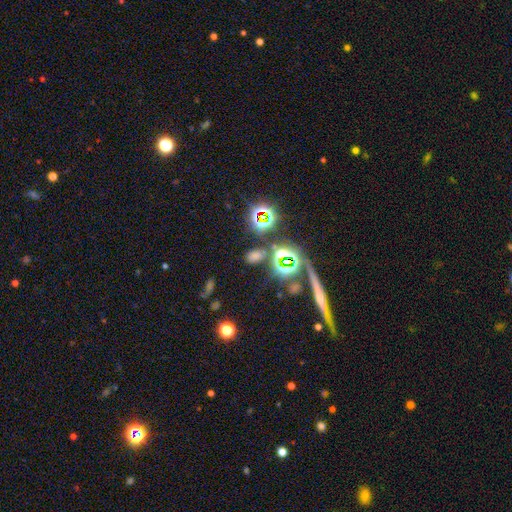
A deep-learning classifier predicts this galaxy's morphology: Overall: smooth (53%; star or artifact 39%). How rounded: in between (77%). Merging: none (75%).